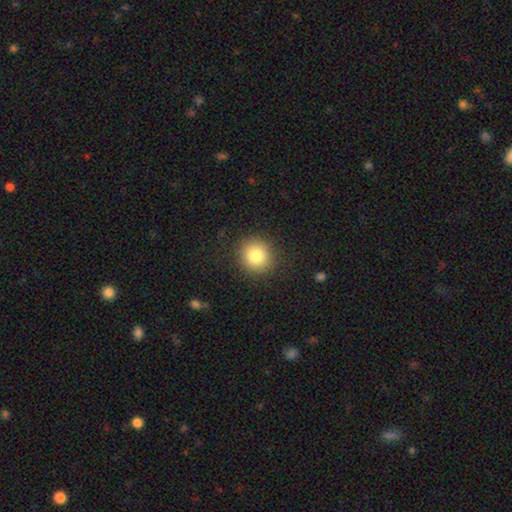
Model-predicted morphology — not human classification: smooth_or_featured: smooth (p=0.83) [alt: star or artifact p=0.10]
how_rounded: round (p=0.89) [alt: in between p=0.10]
merging: none (p=0.89) [alt: minor disturbance p=0.07]